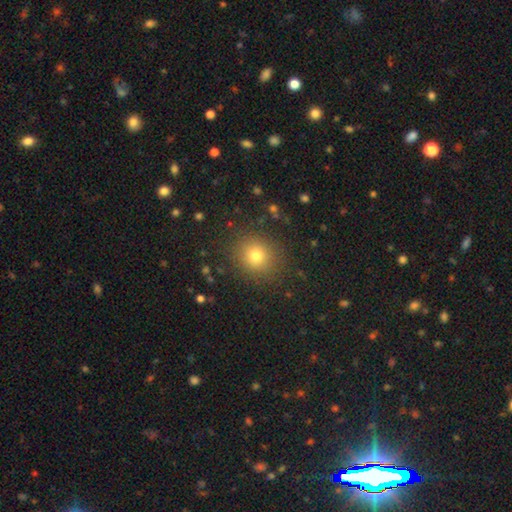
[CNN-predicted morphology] The model was most divided on "smooth or featured": smooth: 76%, star or artifact: 16%, featured or disk: 8%. More confident: merging — none (88%); how rounded — round (84%).